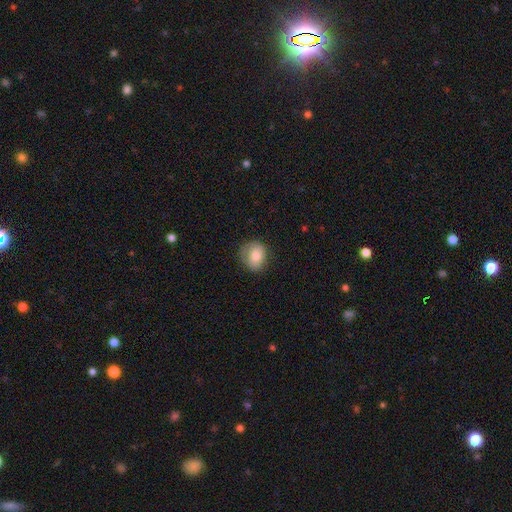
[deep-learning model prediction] Smooth or featured? Predicted: smooth (p=0.76). How rounded? Predicted: round (p=0.69). Merging? Predicted: none (p=0.69).